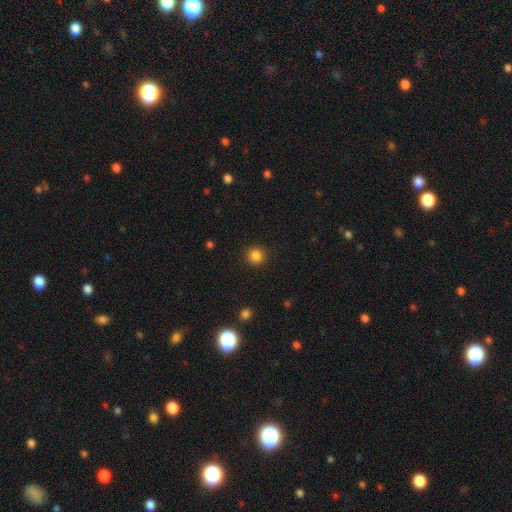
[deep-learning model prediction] Morphology: type=smooth (84%); roundness=round (94%); merging=none (92%).